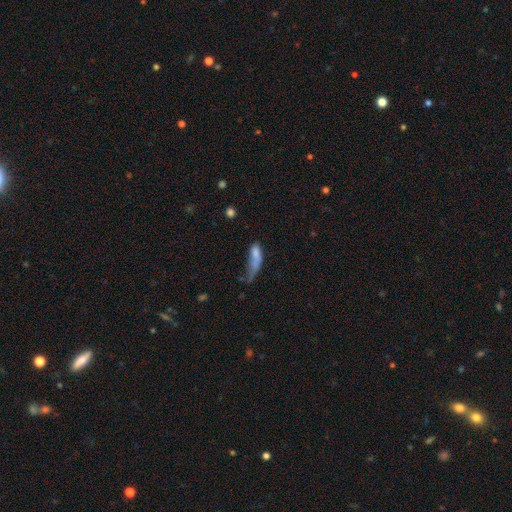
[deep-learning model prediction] This appears to be a smooth galaxy with no disk features (69%) that is in between round and cigar-shaped (54%). Merging: major disturbance (42%).